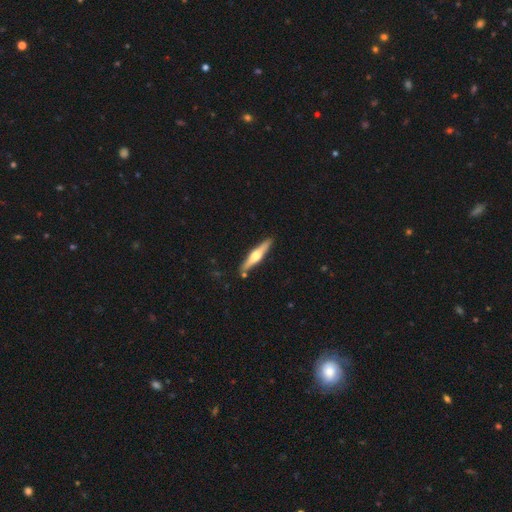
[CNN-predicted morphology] A featured or disk galaxy (66%) viewed edge-on (97%) with a rounded central bulge (94%). Merging: none (88%).